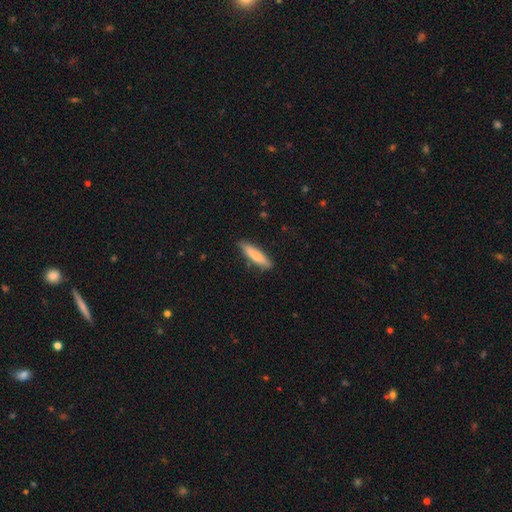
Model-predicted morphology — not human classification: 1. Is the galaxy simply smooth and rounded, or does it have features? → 77% smooth, 17% featured or disk, 5% star or artifact.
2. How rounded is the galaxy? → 80% cigar-shaped, 19% in between, 1% round.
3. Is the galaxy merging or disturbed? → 81% none, 15% minor disturbance, 2% major disturbance, 2% merger.